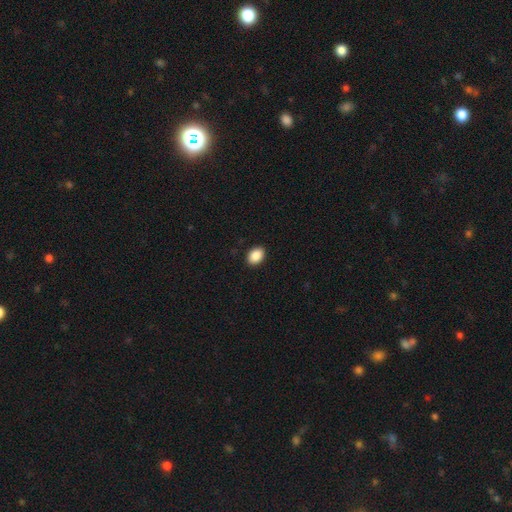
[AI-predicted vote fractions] Smooth or featured?
  - smooth: 89% *
  - star or artifact: 8%
  - featured or disk: 3%
How rounded?
  - in between: 77% *
  - round: 22%
  - cigar-shaped: 1%
Merging?
  - none: 91% *
  - minor disturbance: 6%
  - major disturbance: 2%
  - merger: 1%